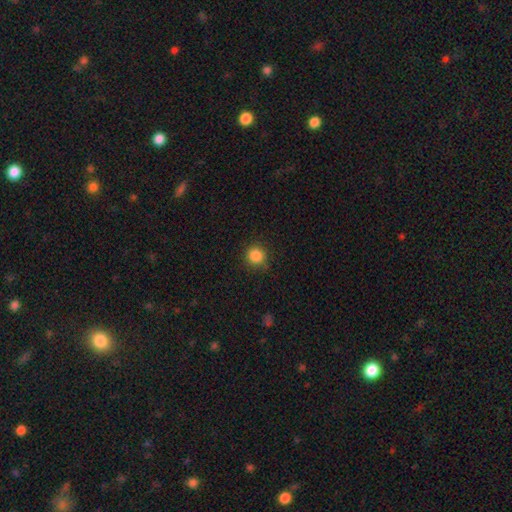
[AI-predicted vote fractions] smooth-or-featured: smooth: 86% | star or artifact: 11% | featured or disk: 3%
  how-rounded: round: 94% | in between: 6% | cigar-shaped: 1%
  merging: none: 88% | minor disturbance: 8% | major disturbance: 2% | merger: 1%